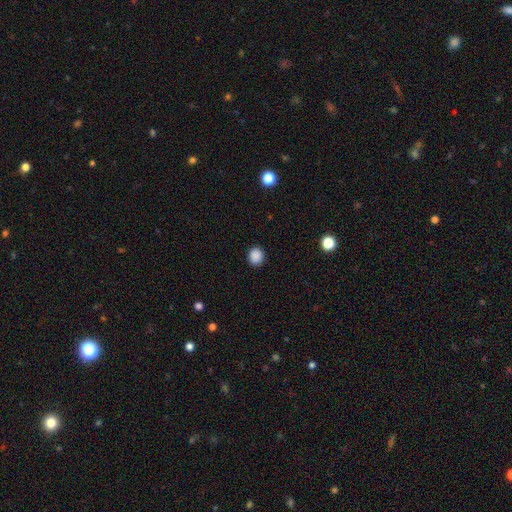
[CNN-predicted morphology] This appears to be a smooth galaxy with no disk features (88%) that is round (84%). Merging: none (91%).